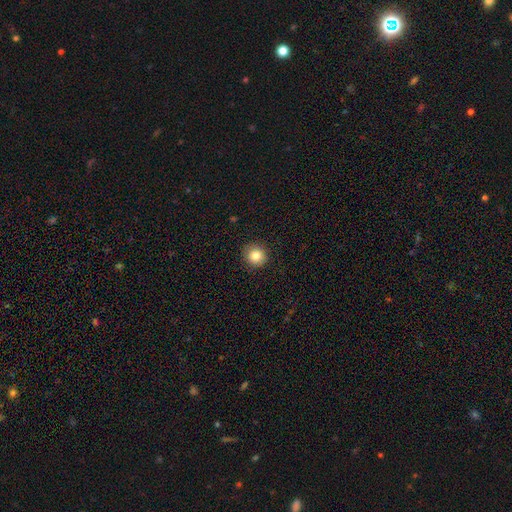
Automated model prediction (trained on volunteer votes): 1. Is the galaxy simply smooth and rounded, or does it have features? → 83% smooth, 10% star or artifact, 7% featured or disk.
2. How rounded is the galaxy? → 92% round, 7% in between, 1% cigar-shaped.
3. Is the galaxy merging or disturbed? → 91% none, 6% minor disturbance, 2% major disturbance, 1% merger.